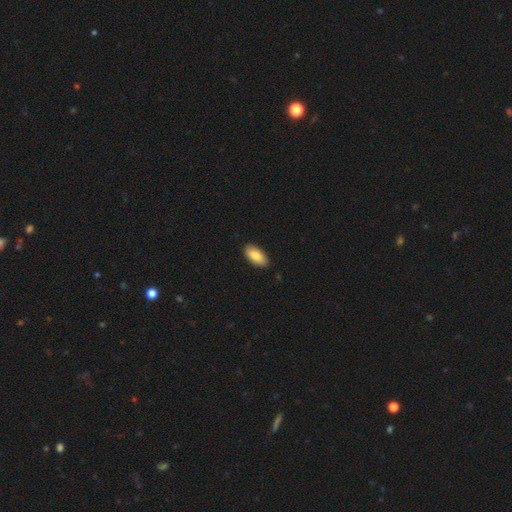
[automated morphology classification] A smooth galaxy with no disk features (84%) that is in between round and cigar-shaped (92%).

Vote fractions:
- Smooth or featured? smooth: 84% / featured or disk: 10% / star or artifact: 6%
- How rounded? in between: 92% / cigar-shaped: 5% / round: 2%
- Merging? none: 89% / minor disturbance: 8% / major disturbance: 2% / merger: 1%